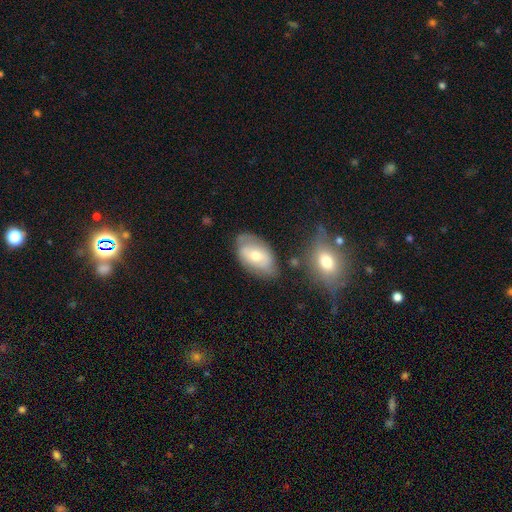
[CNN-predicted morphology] smooth_or_featured: smooth (p=0.48) [alt: featured or disk p=0.44]
merging: none (p=0.65) [alt: minor disturbance p=0.22]